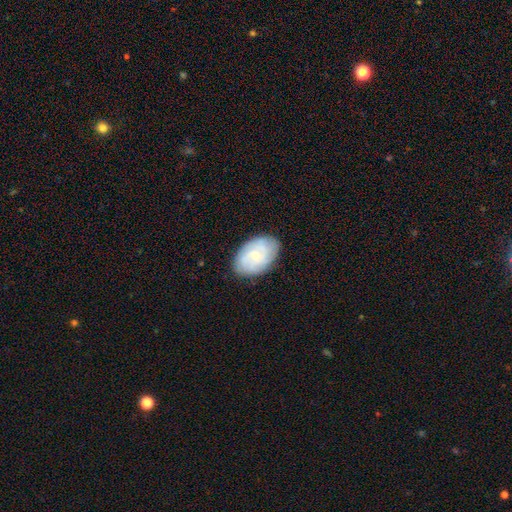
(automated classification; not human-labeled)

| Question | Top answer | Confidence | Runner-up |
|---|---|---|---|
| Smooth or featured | featured or disk | 58% | smooth (35%) |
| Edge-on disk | no | 96% | yes (4%) |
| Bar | no | 70% | weak (27%) |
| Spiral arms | yes | 87% | no (13%) |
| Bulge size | small | 68% | moderate (28%) |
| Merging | none | 83% | minor disturbance (13%) |